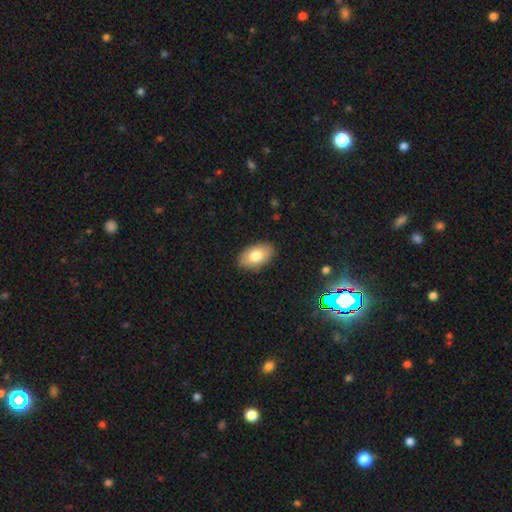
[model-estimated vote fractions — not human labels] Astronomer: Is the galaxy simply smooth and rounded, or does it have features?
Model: smooth — 77%.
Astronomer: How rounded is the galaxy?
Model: in between — 93%.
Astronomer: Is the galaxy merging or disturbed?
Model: none — 88%.